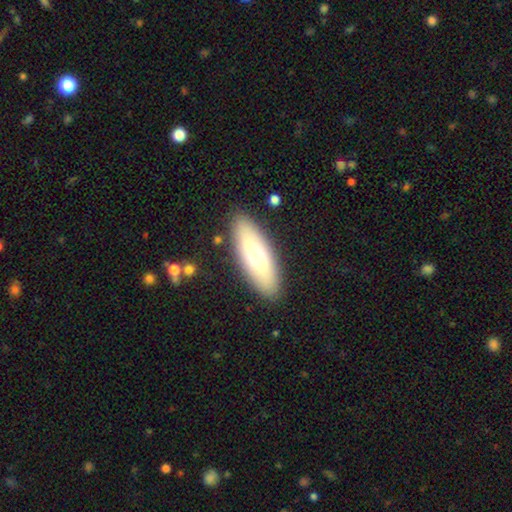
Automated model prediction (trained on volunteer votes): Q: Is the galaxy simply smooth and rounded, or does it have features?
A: smooth — 64%.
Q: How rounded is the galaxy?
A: in between — 64%.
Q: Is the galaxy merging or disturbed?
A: none — 88%.